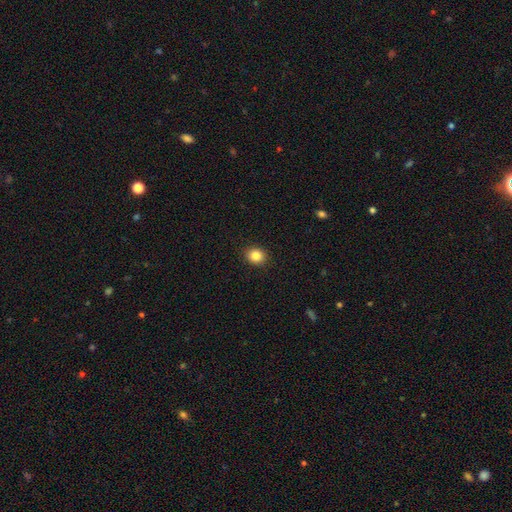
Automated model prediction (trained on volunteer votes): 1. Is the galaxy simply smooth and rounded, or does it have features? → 86% smooth, 10% star or artifact, 4% featured or disk.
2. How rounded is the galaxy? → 74% round, 25% in between, 1% cigar-shaped.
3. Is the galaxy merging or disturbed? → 91% none, 6% minor disturbance, 2% major disturbance, 1% merger.